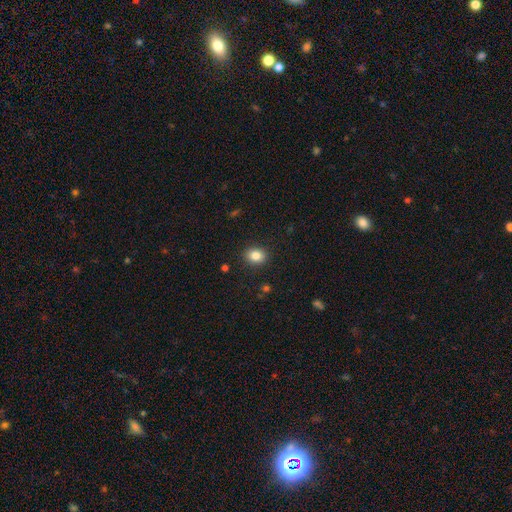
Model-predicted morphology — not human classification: Overall: smooth (85%). How rounded: round (53%; in between 47%). Merging: none (89%).